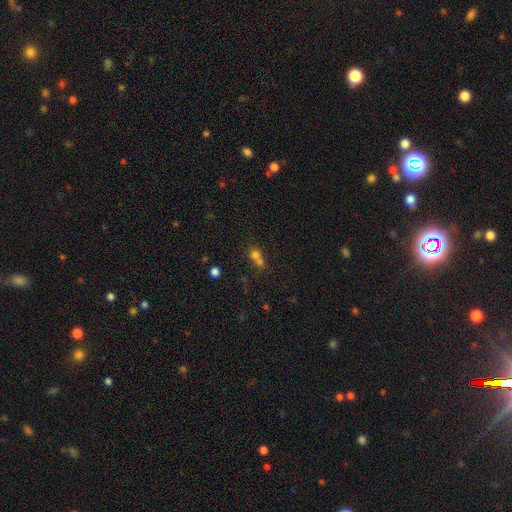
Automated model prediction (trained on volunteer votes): This is likely a smooth galaxy (69%). How rounded: likely round (73%). Merging: possibly merger (59%).